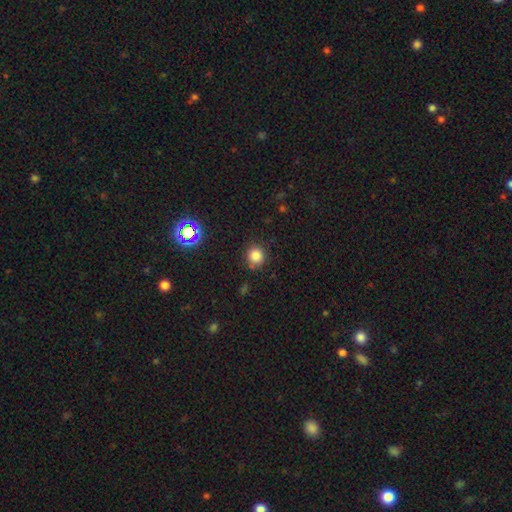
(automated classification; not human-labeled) smooth 80%, star or artifact 15%, featured or disk 5%. Down the decision tree: how rounded — round (87%); merging — none (80%).